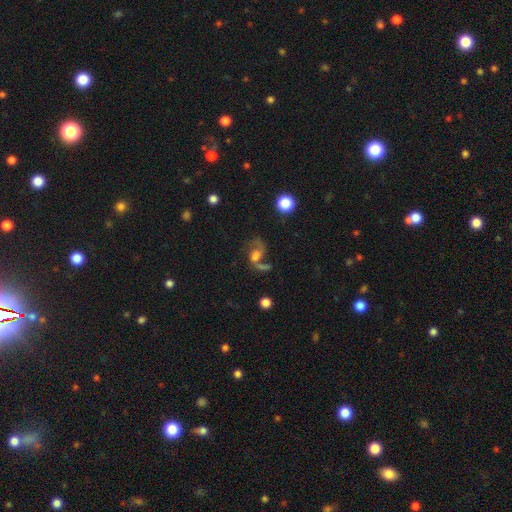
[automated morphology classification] Smooth or featured? featured or disk (54%)
Edge-on disk? no (96%)
Bar? no (62%)
Spiral arms? yes (76%)
Bulge size? moderate (29%)
Merging? none (31%)